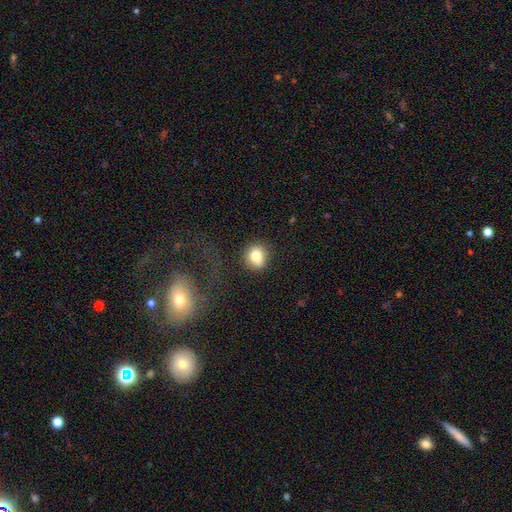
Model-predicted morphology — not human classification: smooth-or-featured: smooth: 78% | featured or disk: 11% | star or artifact: 11%
  how-rounded: round: 68% | in between: 30% | cigar-shaped: 2%
  merging: none: 71% | minor disturbance: 18% | major disturbance: 7% | merger: 4%